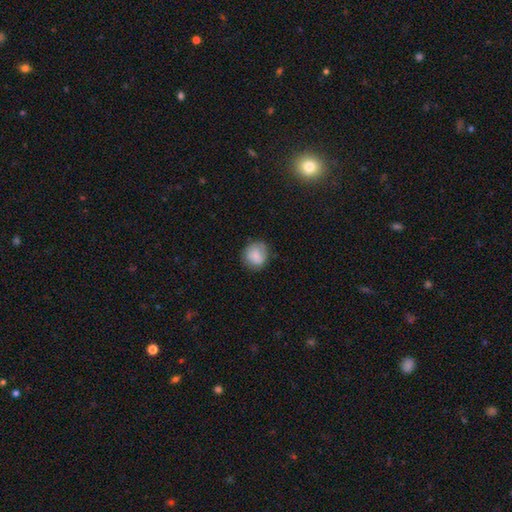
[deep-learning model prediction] A smooth galaxy with no disk features (80%) that is round (85%).

Vote fractions:
- Smooth or featured? smooth: 80% / featured or disk: 12% / star or artifact: 7%
- How rounded? round: 85% / in between: 14% / cigar-shaped: 1%
- Merging? none: 76% / minor disturbance: 18% / major disturbance: 4% / merger: 1%